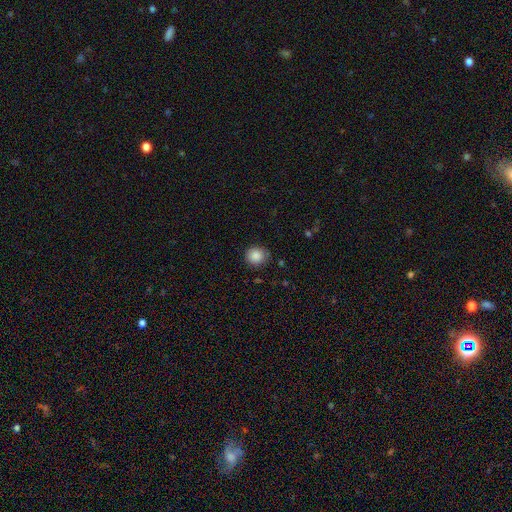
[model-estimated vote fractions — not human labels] This is clearly a smooth galaxy (87%). How rounded: clearly round (88%). Merging: clearly none (83%).